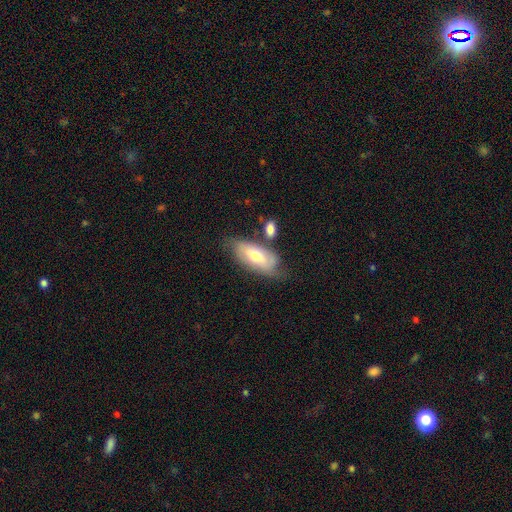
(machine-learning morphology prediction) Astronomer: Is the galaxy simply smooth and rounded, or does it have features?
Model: smooth — 56% (runner-up: featured or disk, 38%).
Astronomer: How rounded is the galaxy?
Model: in between — 86%.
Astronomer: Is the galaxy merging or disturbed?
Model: none — 56%.